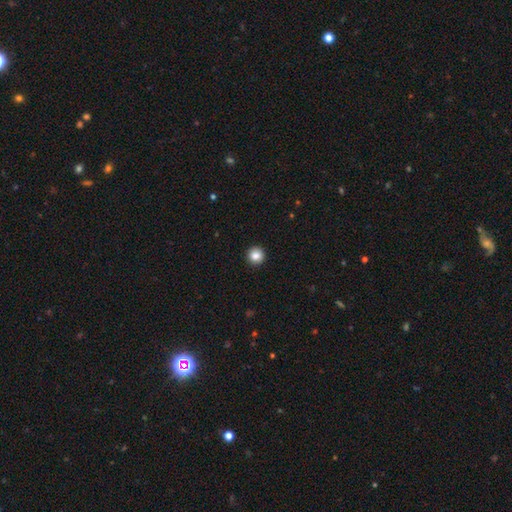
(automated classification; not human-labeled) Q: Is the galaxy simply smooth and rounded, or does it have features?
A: smooth — 86%.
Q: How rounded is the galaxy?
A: round — 96%.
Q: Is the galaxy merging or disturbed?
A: none — 94%.